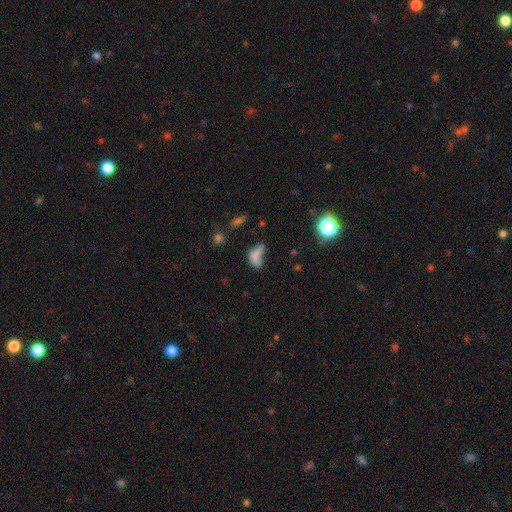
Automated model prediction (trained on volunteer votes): The model was most divided on "merging": major disturbance: 30%, none: 25%, merger: 23%, minor disturbance: 22%. More confident: how rounded — in between (77%); smooth or featured — smooth (65%).